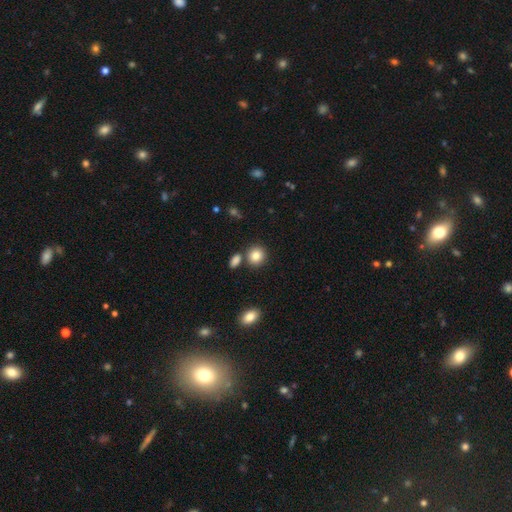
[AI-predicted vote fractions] This is clearly a smooth galaxy (85%). How rounded: clearly round (82%). Merging: likely none (76%).